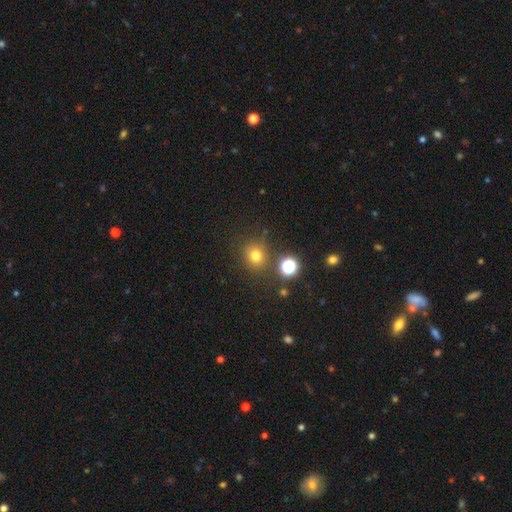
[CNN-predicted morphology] smooth-or-featured: smooth: 74% | star or artifact: 20% | featured or disk: 7%
  how-rounded: round: 88% | in between: 11% | cigar-shaped: 1%
  merging: none: 81% | minor disturbance: 9% | merger: 6% | major disturbance: 4%